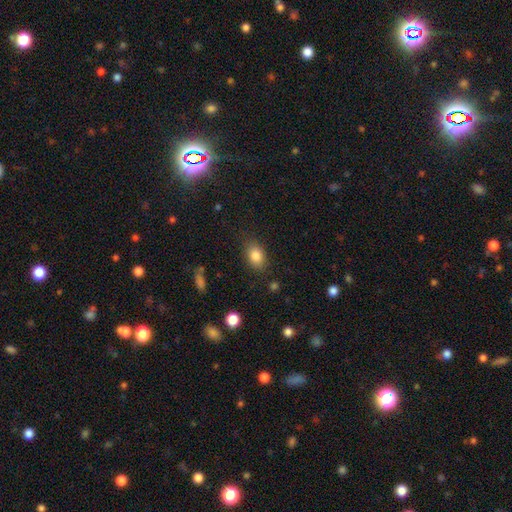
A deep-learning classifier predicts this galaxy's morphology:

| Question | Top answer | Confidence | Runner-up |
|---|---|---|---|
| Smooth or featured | smooth | 84% | star or artifact (9%) |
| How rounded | in between | 76% | round (22%) |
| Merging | none | 82% | minor disturbance (13%) |